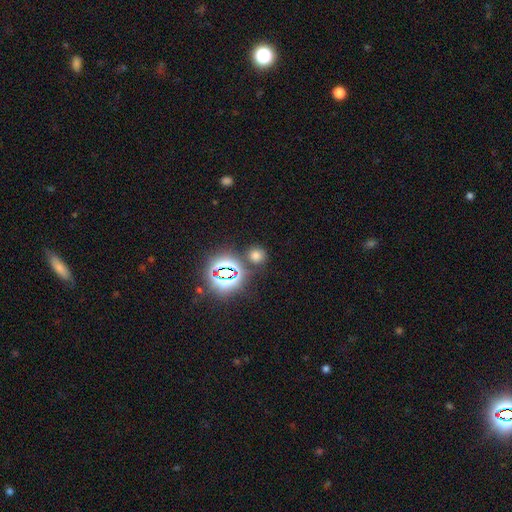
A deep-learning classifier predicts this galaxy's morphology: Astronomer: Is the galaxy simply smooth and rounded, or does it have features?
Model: smooth — 62%.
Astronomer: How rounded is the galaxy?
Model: round — 84%.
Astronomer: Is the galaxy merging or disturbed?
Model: none — 80%.